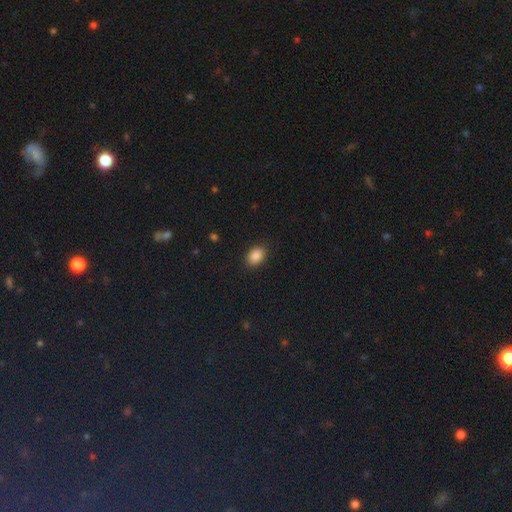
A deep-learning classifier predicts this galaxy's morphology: The model was most divided on "how rounded": in between: 77%, round: 22%, cigar-shaped: 1%. More confident: merging — none (89%); smooth or featured — smooth (87%).